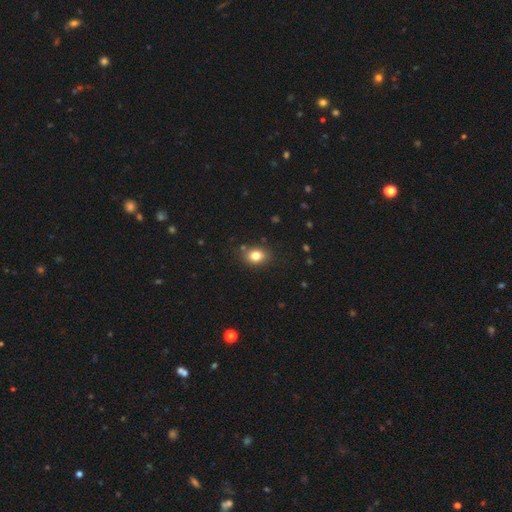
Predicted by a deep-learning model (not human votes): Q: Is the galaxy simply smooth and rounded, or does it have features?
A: smooth — 81%.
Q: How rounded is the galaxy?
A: in between — 59%.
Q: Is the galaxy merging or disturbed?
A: none — 83%.